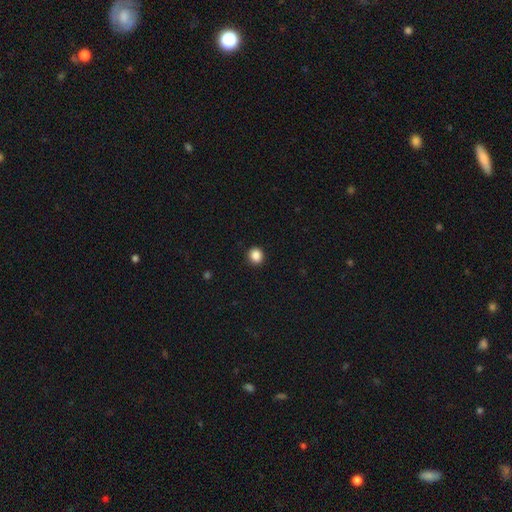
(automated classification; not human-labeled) Overall: smooth (87%). How rounded: round (87%). Merging: none (92%).